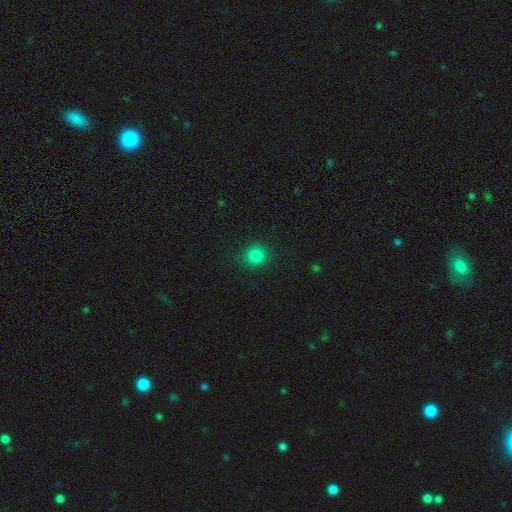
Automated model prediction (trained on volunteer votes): This appears to be a smooth galaxy with no disk features (84%) that is round (88%). Merging: none (90%).